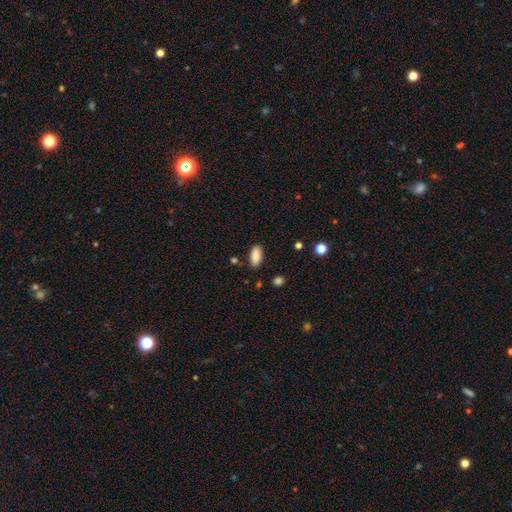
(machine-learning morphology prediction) This is clearly a smooth galaxy (88%). How rounded: clearly in between (90%). Merging: clearly none (85%).